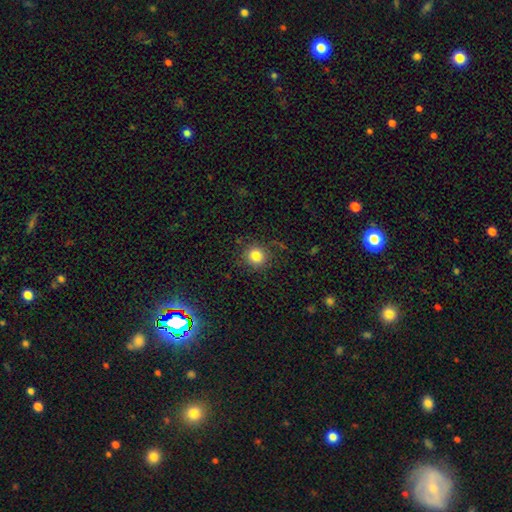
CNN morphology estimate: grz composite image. It shows a smooth galaxy with no disk features (82%) that is round (91%). Merging: none (85%).